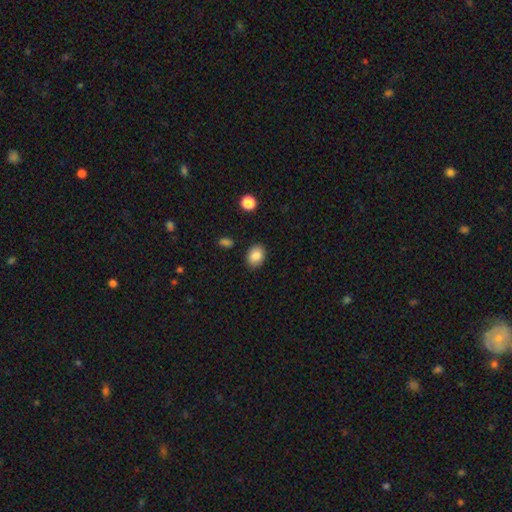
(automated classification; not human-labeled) This is clearly a smooth galaxy (85%). How rounded: possibly in between (57%). Merging: clearly none (87%).